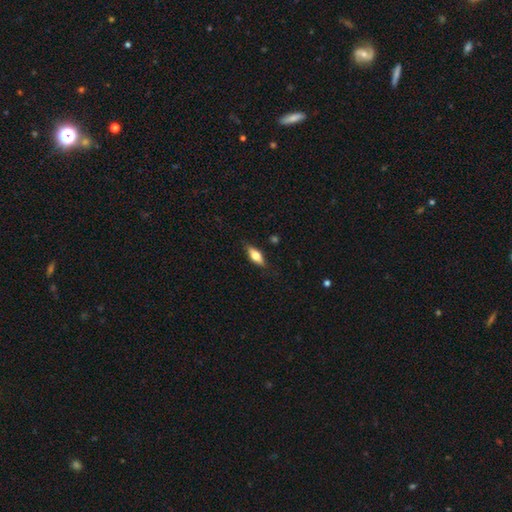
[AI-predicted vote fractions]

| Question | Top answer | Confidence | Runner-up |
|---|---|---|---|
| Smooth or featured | smooth | 57% | featured or disk (36%) |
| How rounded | in between | 69% | cigar-shaped (27%) |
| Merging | none | 84% | minor disturbance (12%) |